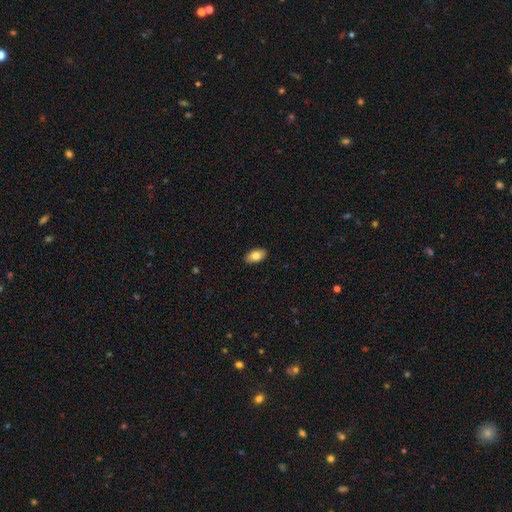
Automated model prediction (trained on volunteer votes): Smooth or featured? smooth (81%)
How rounded? in between (93%)
Merging? none (90%)